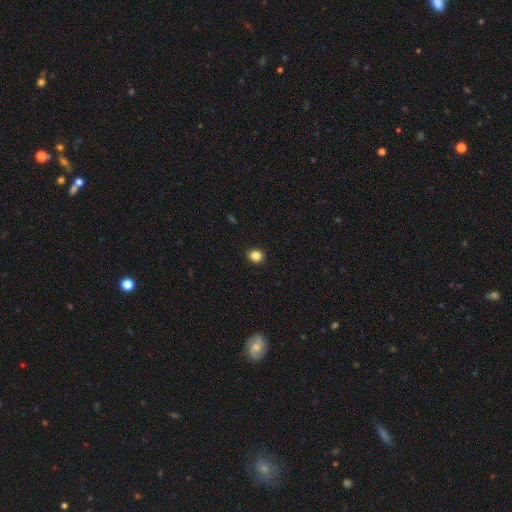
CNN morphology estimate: Smooth or featured: smooth — 85% (star or artifact — 11%)
How rounded: round — 79% (in between — 20%)
Merging: none — 93% (minor disturbance — 5%)